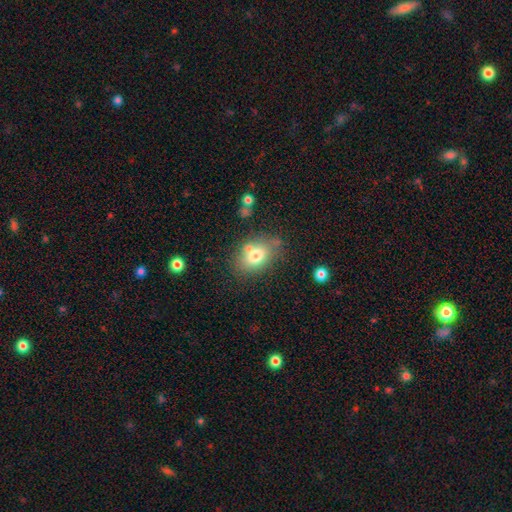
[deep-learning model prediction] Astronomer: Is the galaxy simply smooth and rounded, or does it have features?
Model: smooth — 73%.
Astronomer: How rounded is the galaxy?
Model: in between — 78%.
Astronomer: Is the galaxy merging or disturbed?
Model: none — 60%.